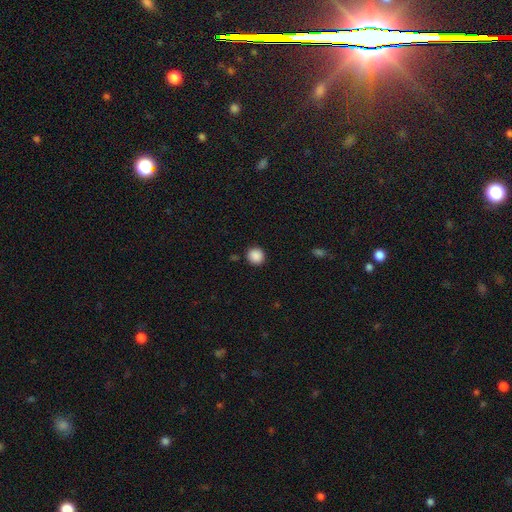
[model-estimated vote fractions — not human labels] This is clearly a smooth galaxy (88%). How rounded: clearly round (93%). Merging: clearly none (90%).